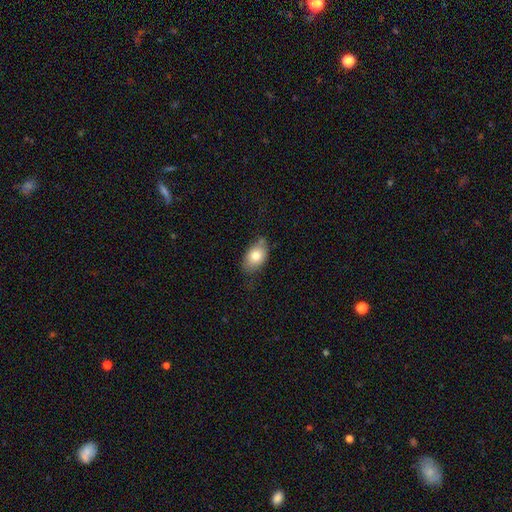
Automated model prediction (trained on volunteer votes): smooth_or_featured: smooth (p=0.77) [alt: featured or disk p=0.15]
how_rounded: in between (p=0.86) [alt: round p=0.12]
merging: none (p=0.64) [alt: minor disturbance p=0.27]